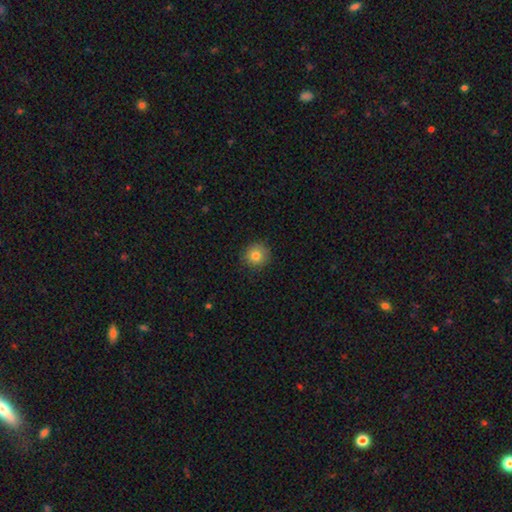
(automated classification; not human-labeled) Smooth or featured? smooth (81%)
How rounded? round (93%)
Merging? none (89%)